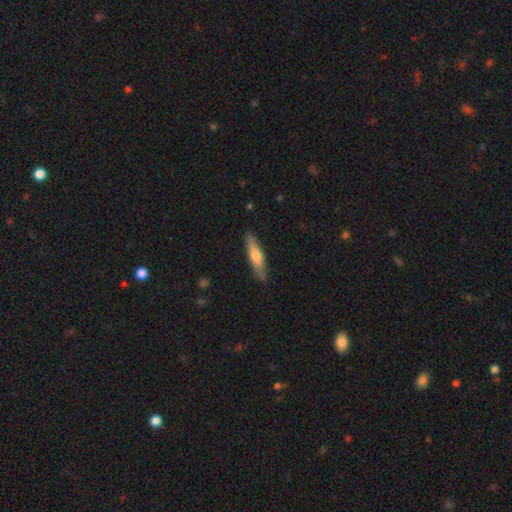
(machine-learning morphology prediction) smooth_or_featured: smooth (p=0.59) [alt: featured or disk p=0.36]
how_rounded: cigar-shaped (p=0.78) [alt: in between p=0.20]
merging: none (p=0.85) [alt: minor disturbance p=0.11]